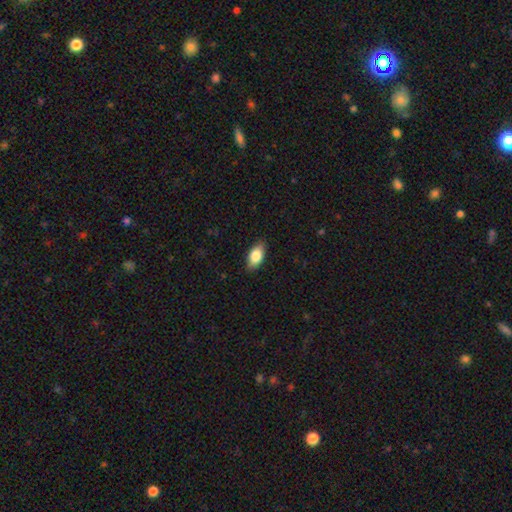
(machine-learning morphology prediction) This is clearly a smooth galaxy (83%). How rounded: clearly in between (92%). Merging: clearly none (87%).